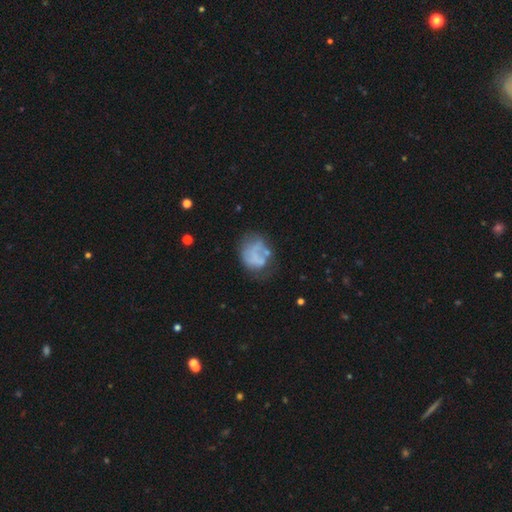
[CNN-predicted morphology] This appears to be a smooth galaxy with no disk features (48%). Merging: none (38%).